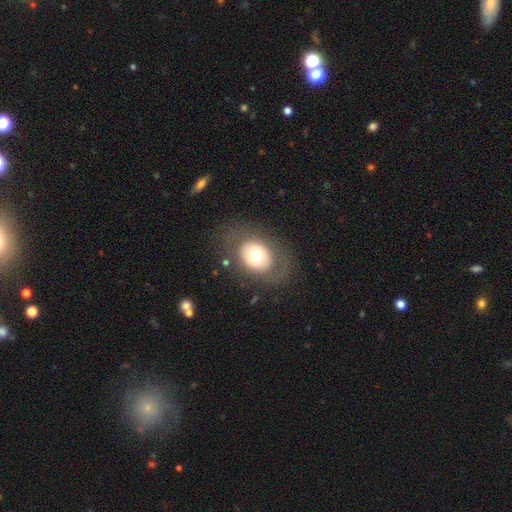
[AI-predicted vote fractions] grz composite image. It shows a smooth galaxy with no disk features (61%) that is in between round and cigar-shaped (57%). Merging: none (77%).